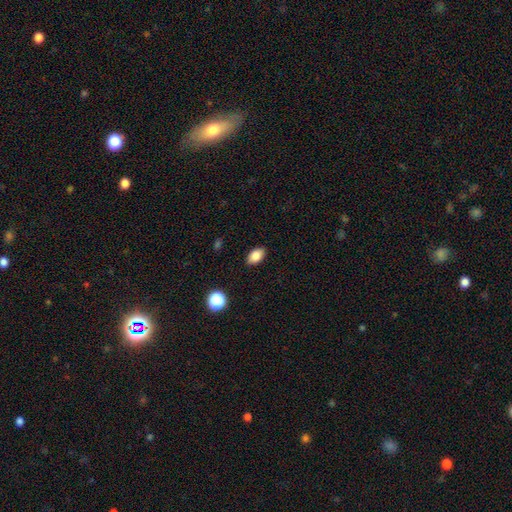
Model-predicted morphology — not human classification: Smooth or featured? Predicted: smooth (p=0.84). How rounded? Predicted: in between (p=0.89). Merging? Predicted: none (p=0.87).